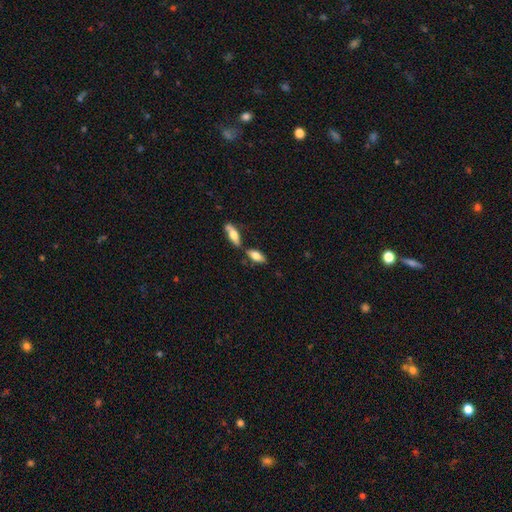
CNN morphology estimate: Overall: smooth (68%). How rounded: in between (79%). Merging: none (67%).